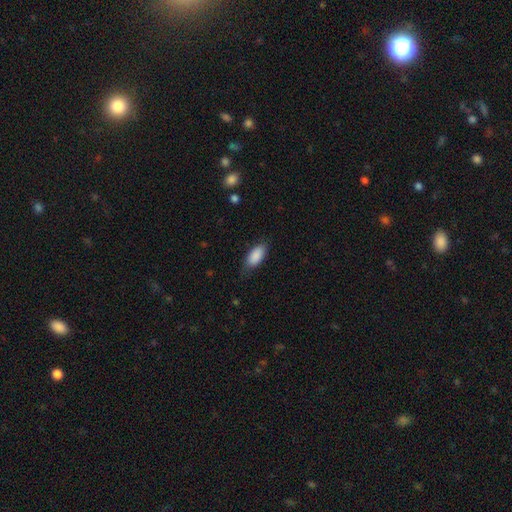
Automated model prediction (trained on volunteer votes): This appears to be a smooth galaxy with no disk features (88%) that is in between round and cigar-shaped (90%). Merging: none (75%).